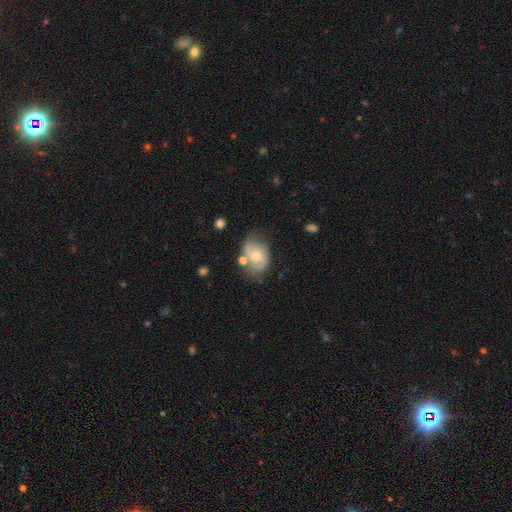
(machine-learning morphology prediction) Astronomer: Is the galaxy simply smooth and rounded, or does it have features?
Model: featured or disk — 51% (runner-up: smooth, 41%).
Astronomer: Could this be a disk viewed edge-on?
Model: no — 96%.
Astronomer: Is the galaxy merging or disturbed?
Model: none — 51% (runner-up: minor disturbance, 27%).